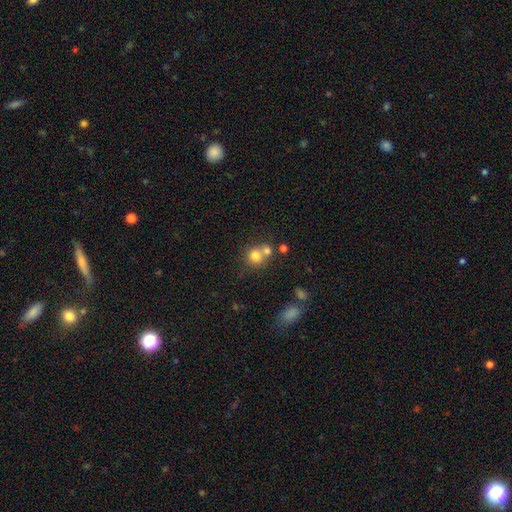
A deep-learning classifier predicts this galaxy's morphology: Q: Smooth or featured?
A: smooth (76%); runner-up: star or artifact (12%)
Q: How rounded?
A: round (84%); runner-up: in between (15%)
Q: Merging?
A: none (45%); runner-up: merger (44%)